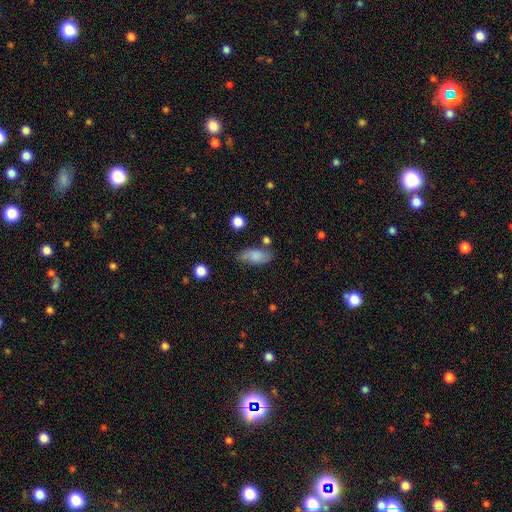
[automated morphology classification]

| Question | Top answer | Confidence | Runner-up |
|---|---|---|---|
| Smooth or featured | smooth | 75% | featured or disk (17%) |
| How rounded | in between | 86% | cigar-shaped (10%) |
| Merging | none | 65% | minor disturbance (23%) |